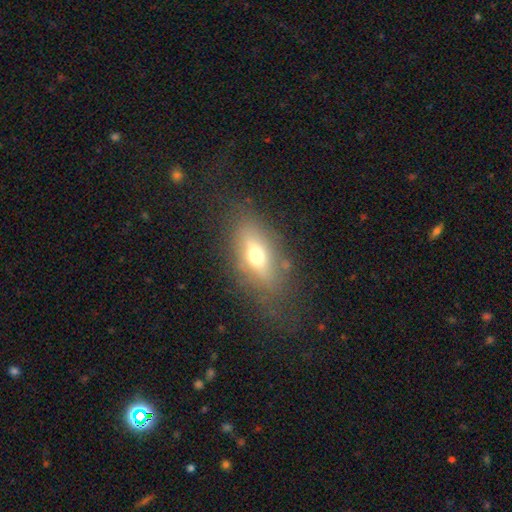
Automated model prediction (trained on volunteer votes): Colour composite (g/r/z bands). It shows a smooth galaxy with no disk features (56%) that is in between round and cigar-shaped (76%). Merging: none (70%).